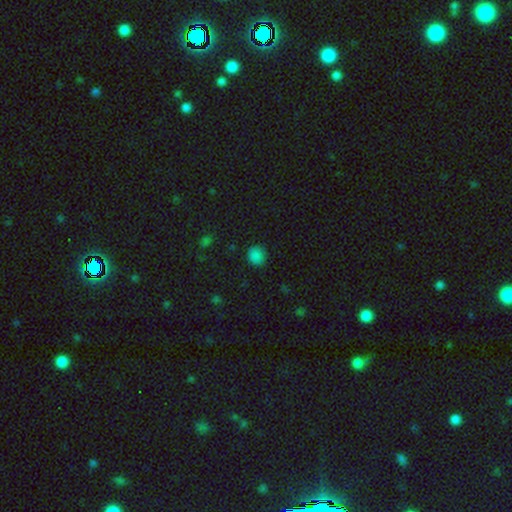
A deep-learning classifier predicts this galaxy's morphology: Smooth or featured: smooth — 83% (star or artifact — 14%)
How rounded: round — 83% (in between — 16%)
Merging: none — 85% (minor disturbance — 11%)